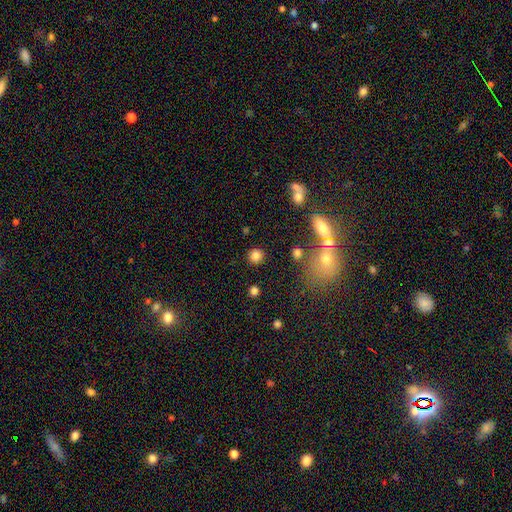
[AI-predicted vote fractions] This appears to be a smooth galaxy with no disk features (82%) that is round (90%). Merging: none (88%).